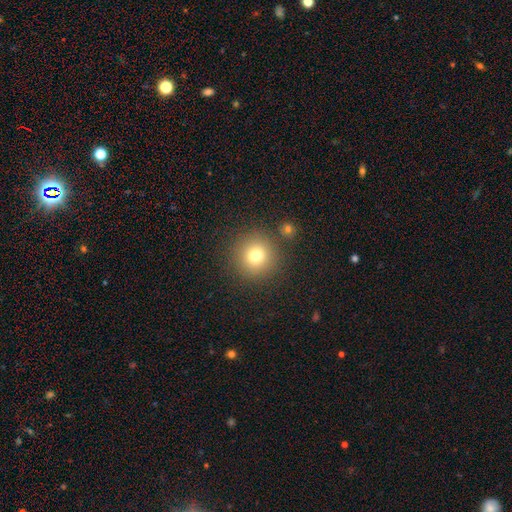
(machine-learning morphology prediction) Smooth or featured? Predicted: smooth (p=0.76). How rounded? Predicted: round (p=0.95). Merging? Predicted: none (p=0.85).